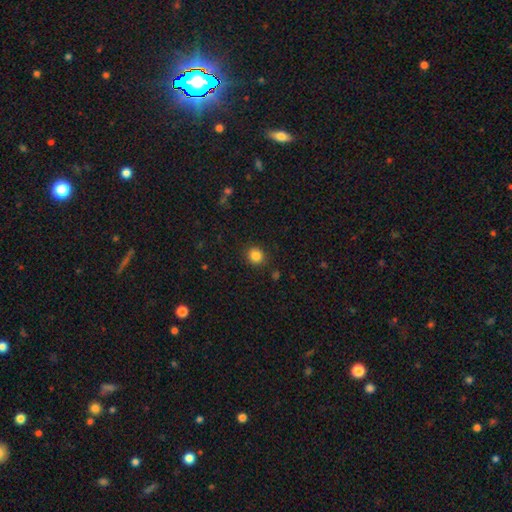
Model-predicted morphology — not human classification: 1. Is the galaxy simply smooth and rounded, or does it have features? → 85% smooth, 11% star or artifact, 4% featured or disk.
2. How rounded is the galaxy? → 86% round, 13% in between, 1% cigar-shaped.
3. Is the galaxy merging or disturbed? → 89% none, 7% minor disturbance, 2% major disturbance, 1% merger.